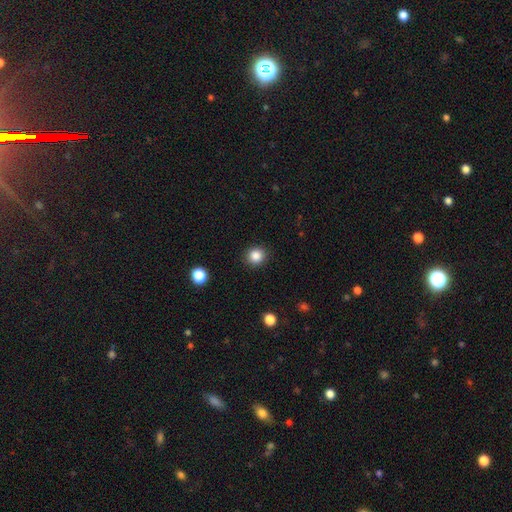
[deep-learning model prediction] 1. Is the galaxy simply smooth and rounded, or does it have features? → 86% smooth, 11% star or artifact, 4% featured or disk.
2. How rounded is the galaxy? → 88% round, 11% in between, 1% cigar-shaped.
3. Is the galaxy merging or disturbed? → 91% none, 6% minor disturbance, 2% major disturbance, 1% merger.